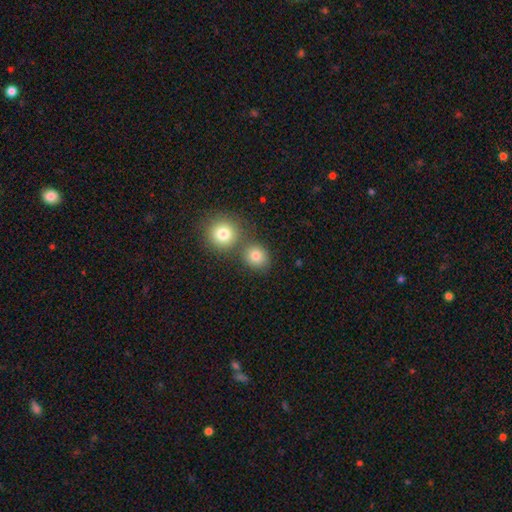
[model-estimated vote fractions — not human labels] The model was most divided on "merging": none: 65%, merger: 24%, minor disturbance: 8%, major disturbance: 3%. More confident: how rounded — round (81%); smooth or featured — smooth (81%).